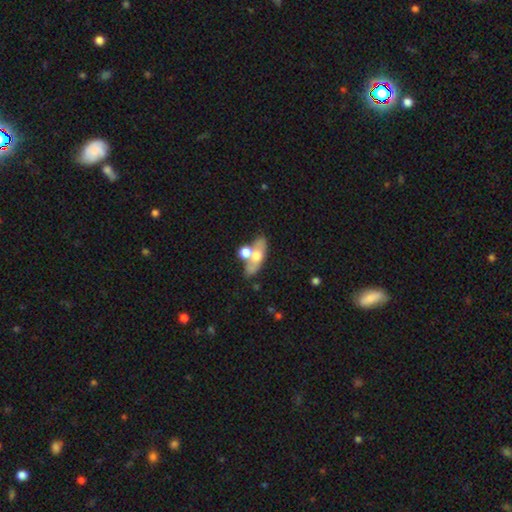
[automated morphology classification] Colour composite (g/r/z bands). It shows a smooth galaxy with no disk features (49%). Merging: none (49%).